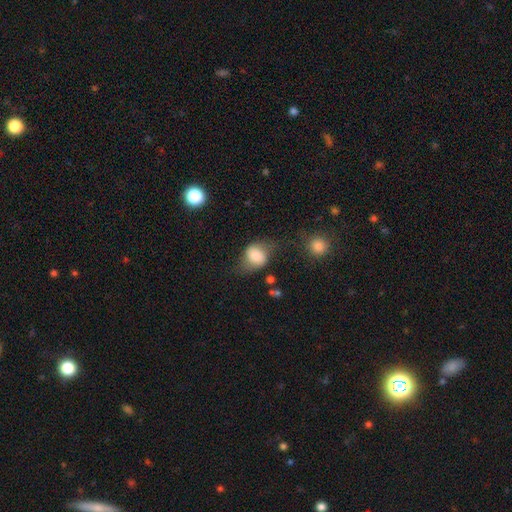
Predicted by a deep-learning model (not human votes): Smooth or featured?
  - smooth: 69% *
  - featured or disk: 22%
  - star or artifact: 9%
How rounded?
  - in between: 53% *
  - round: 45%
  - cigar-shaped: 1%
Merging?
  - none: 43% *
  - minor disturbance: 30%
  - major disturbance: 21%
  - merger: 6%